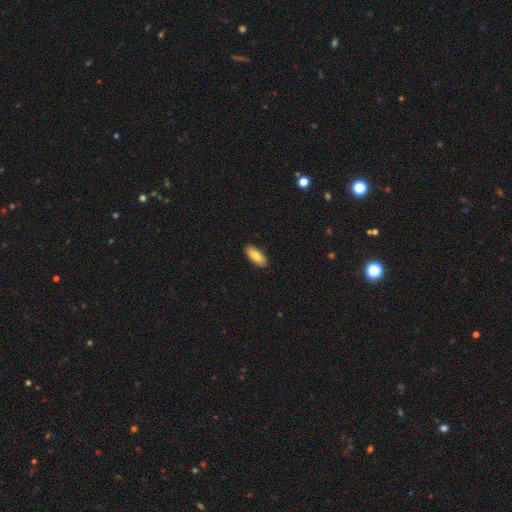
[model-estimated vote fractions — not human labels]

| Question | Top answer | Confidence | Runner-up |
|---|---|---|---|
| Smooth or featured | smooth | 83% | featured or disk (12%) |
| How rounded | in between | 85% | cigar-shaped (14%) |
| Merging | none | 90% | minor disturbance (7%) |